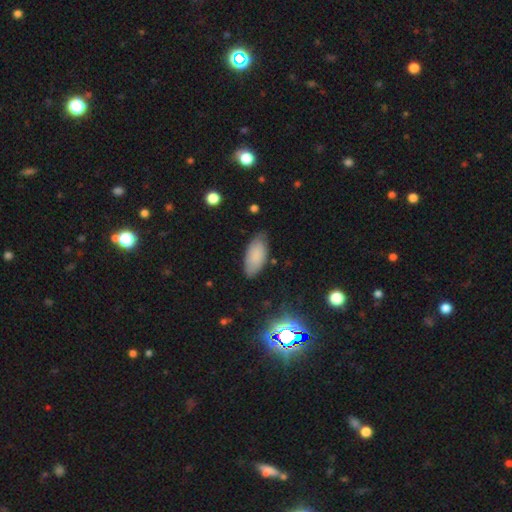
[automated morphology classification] Overall: smooth (83%). How rounded: in between (90%). Merging: none (77%).